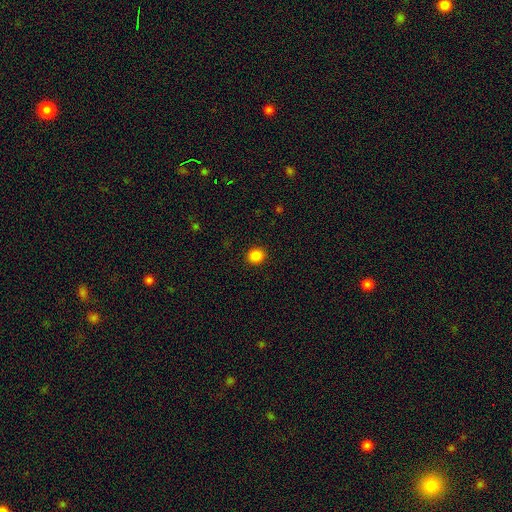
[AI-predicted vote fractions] Q: Smooth or featured?
A: smooth (85%); runner-up: star or artifact (11%)
Q: How rounded?
A: round (82%); runner-up: in between (17%)
Q: Merging?
A: none (92%); runner-up: minor disturbance (5%)